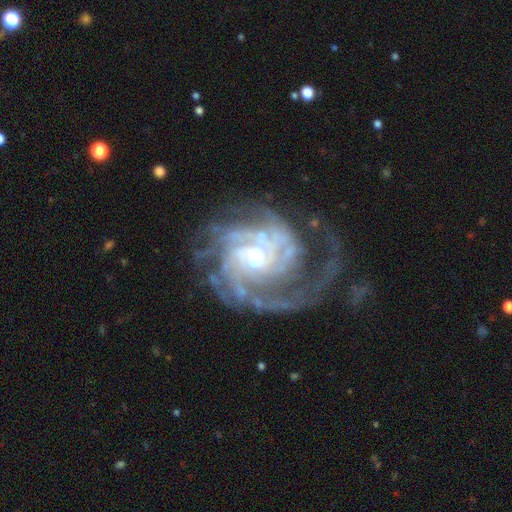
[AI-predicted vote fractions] This appears to be a featured or disk galaxy (91%) with no bar (59%), tight (54%) spiral arms (97%) and a small central bulge (49%). Merging: none (55%).